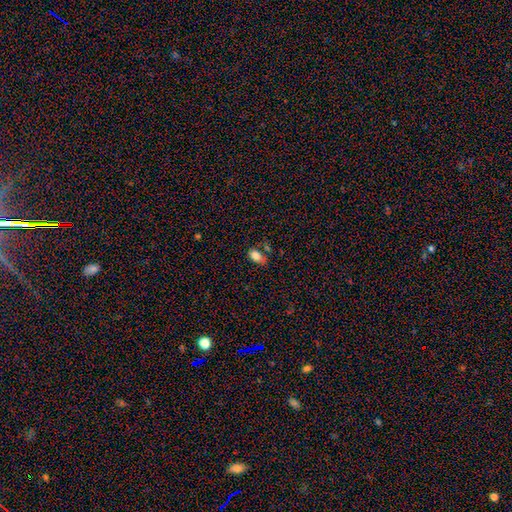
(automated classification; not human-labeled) smooth 82%, star or artifact 9%, featured or disk 9%. Down the decision tree: how rounded — in between (89%); merging — none (57%).